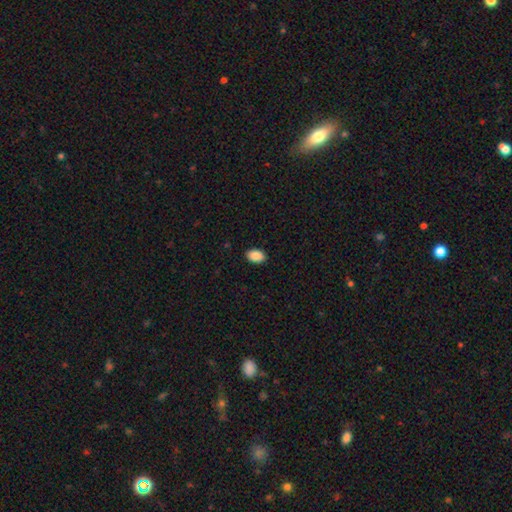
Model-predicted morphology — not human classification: Smooth or featured? Predicted: smooth (p=0.90). How rounded? Predicted: in between (p=0.86). Merging? Predicted: none (p=0.90).